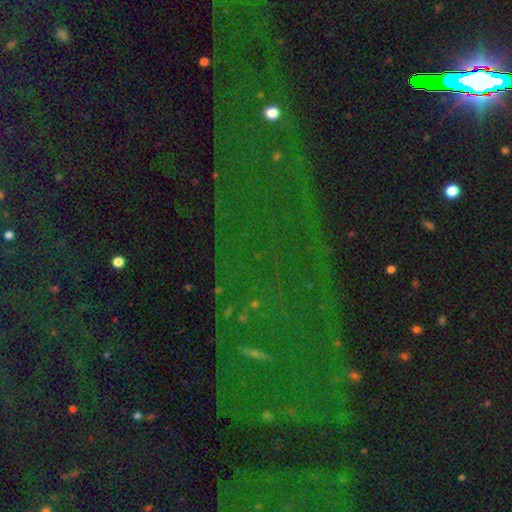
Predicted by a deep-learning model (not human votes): A star or artifact, not a galaxy (81%).